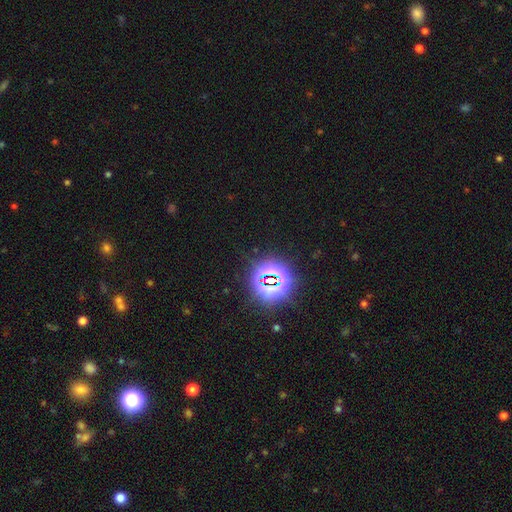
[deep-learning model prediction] A star or artifact, not a galaxy (83%).

Vote fractions:
- Smooth or featured? star or artifact: 83% / smooth: 10% / featured or disk: 7%